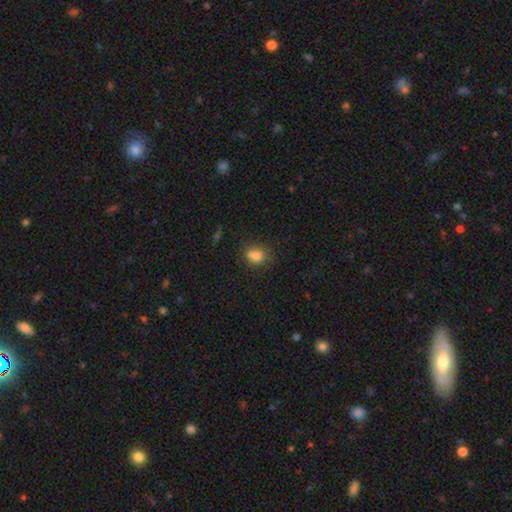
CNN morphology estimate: This is likely a smooth galaxy (79%). How rounded: possibly round (54%). Merging: likely none (60%).